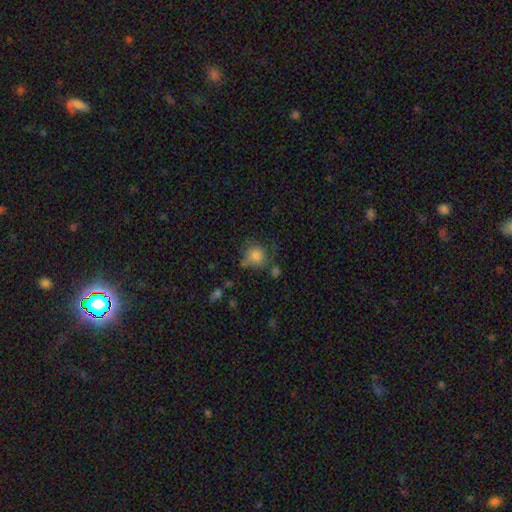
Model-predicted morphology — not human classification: Overall: smooth (77%). How rounded: round (84%). Merging: none (57%; minor disturbance 23%).